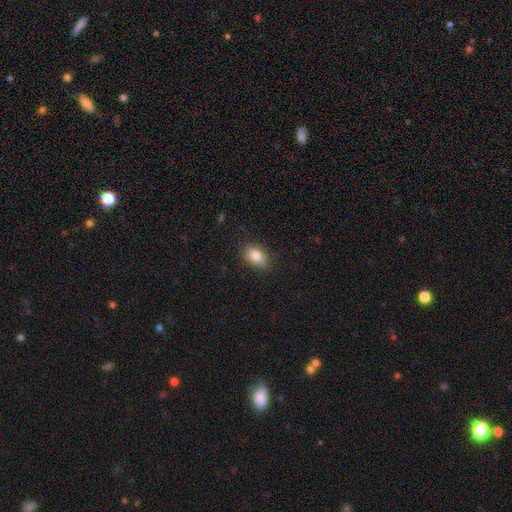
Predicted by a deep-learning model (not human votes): A smooth galaxy with no disk features (84%) that is in between round and cigar-shaped (74%).

Vote fractions:
- Smooth or featured? smooth: 84% / star or artifact: 9% / featured or disk: 7%
- How rounded? in between: 74% / round: 24% / cigar-shaped: 1%
- Merging? none: 81% / minor disturbance: 15% / major disturbance: 3% / merger: 1%